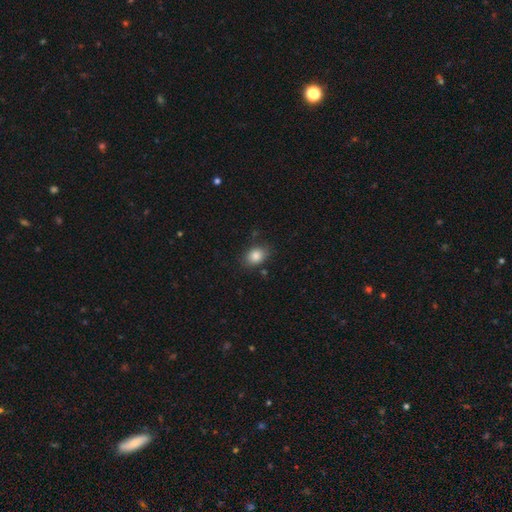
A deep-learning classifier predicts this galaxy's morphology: A smooth galaxy with no disk features (85%) that is in between round and cigar-shaped (63%).

Vote fractions:
- Smooth or featured? smooth: 85% / star or artifact: 9% / featured or disk: 6%
- How rounded? in between: 63% / round: 36% / cigar-shaped: 1%
- Merging? none: 79% / minor disturbance: 15% / major disturbance: 4% / merger: 2%